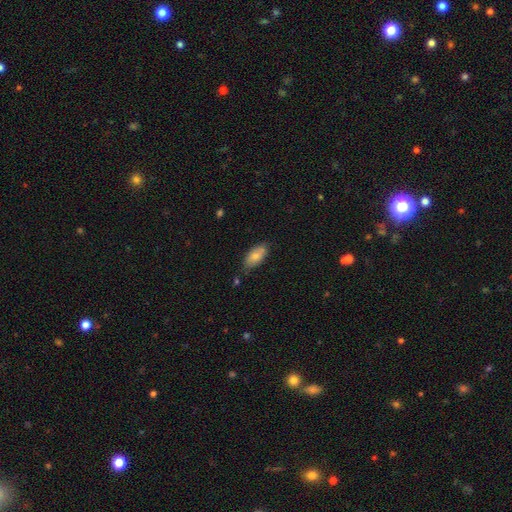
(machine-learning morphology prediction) This appears to be a smooth galaxy with no disk features (79%) that is in between round and cigar-shaped (90%). Merging: none (71%).